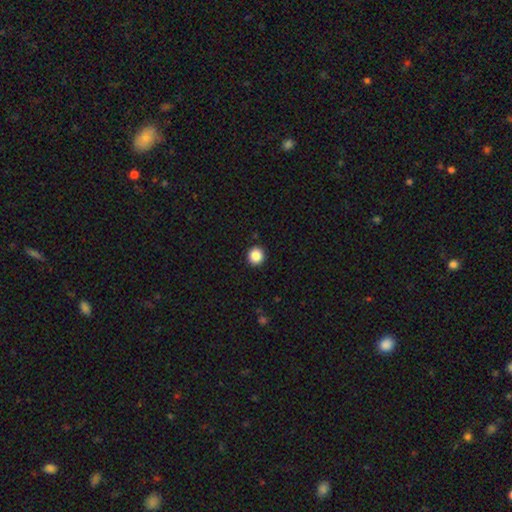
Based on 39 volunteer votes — A smooth galaxy with no disk features (92%) that is round (86%).

Vote fractions:
- Smooth or featured? smooth: 92% / star or artifact: 5% / featured or disk: 3%
- How rounded? round: 86% / in between: 14% / cigar-shaped: 0%
- Merging? none: 84% / minor disturbance: 11% / major disturbance: 5% / merger: 0%